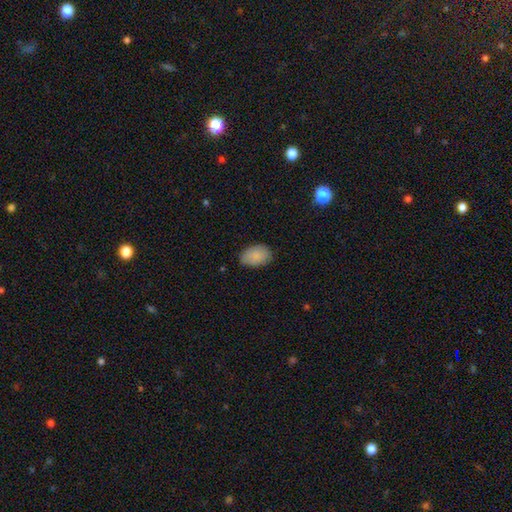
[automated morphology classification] smooth 85%, featured or disk 7%, star or artifact 7%. Down the decision tree: how rounded — in between (87%); merging — none (72%).